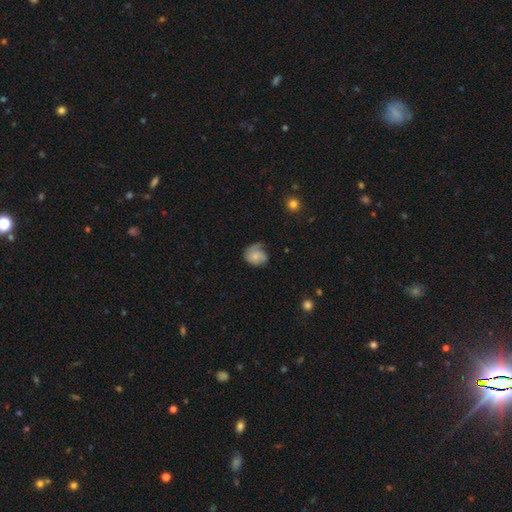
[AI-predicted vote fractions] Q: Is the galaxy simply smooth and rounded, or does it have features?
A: smooth — 50%.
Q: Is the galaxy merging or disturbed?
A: none — 45%.